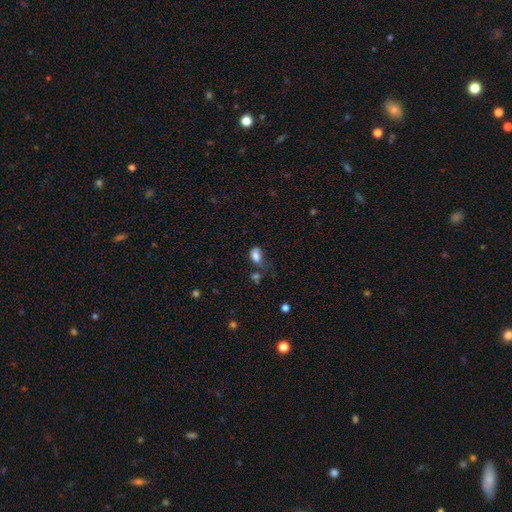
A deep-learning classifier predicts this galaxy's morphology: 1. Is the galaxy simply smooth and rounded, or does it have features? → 79% smooth, 11% featured or disk, 10% star or artifact.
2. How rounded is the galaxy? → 85% in between, 12% round, 3% cigar-shaped.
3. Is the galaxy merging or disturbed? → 35% none, 31% minor disturbance, 22% major disturbance, 12% merger.